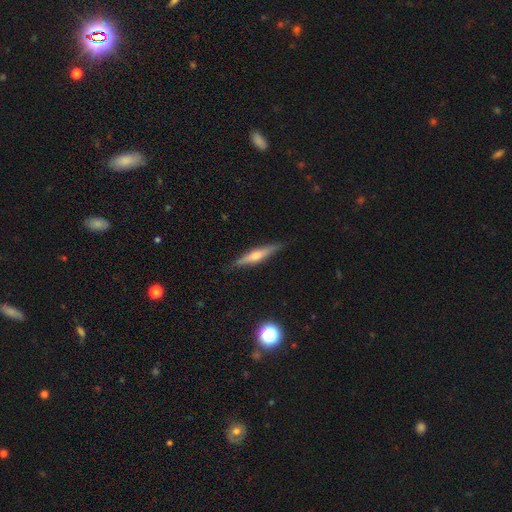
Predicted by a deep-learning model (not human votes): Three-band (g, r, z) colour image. It shows a featured or disk galaxy (59%) viewed edge-on (95%) with a rounded central bulge (83%). Merging: none (88%).